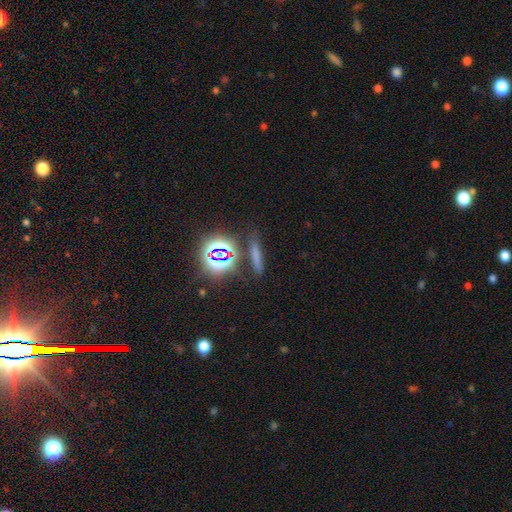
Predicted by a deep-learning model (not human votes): A smooth galaxy with no disk features (58%) that is cigar-shaped (78%). Merging: none (80%).